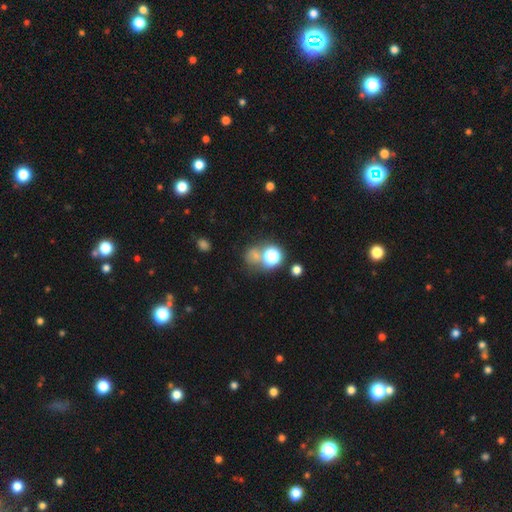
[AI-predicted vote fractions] Smooth or featured? Predicted: smooth (p=0.58). How rounded? Predicted: round (p=0.76). Merging? Predicted: none (p=0.50).